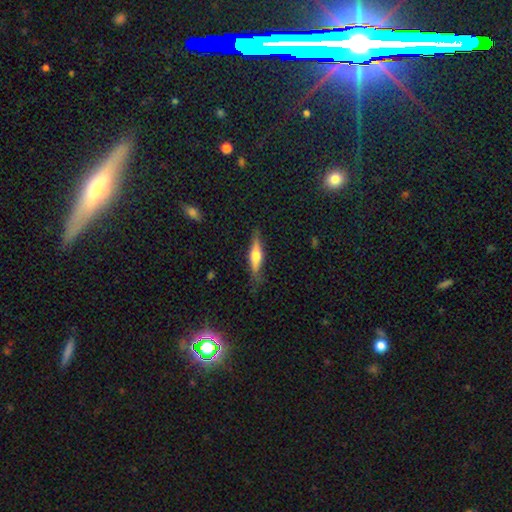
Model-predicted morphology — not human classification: smooth-or-featured: featured or disk: 55% | smooth: 39% | star or artifact: 6%
  disk-edge-on: yes: 94% | no: 6%
    edge-on-bulge: rounded: 91% | boxy: 6% | none: 3%
  merging: none: 80% | minor disturbance: 15% | major disturbance: 3% | merger: 1%